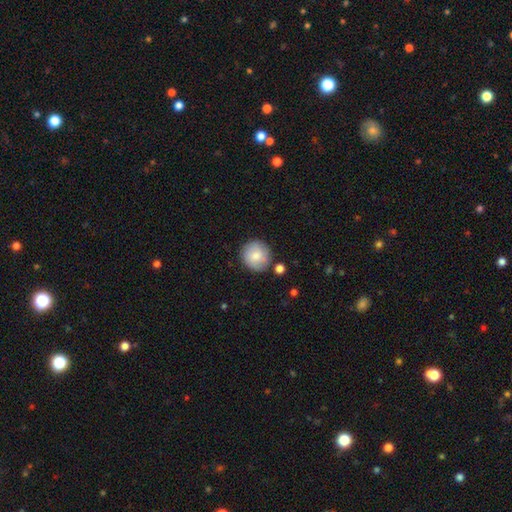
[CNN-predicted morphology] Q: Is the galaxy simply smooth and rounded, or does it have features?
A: smooth — 79%.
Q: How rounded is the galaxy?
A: round — 93%.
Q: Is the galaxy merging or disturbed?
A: none — 81%.